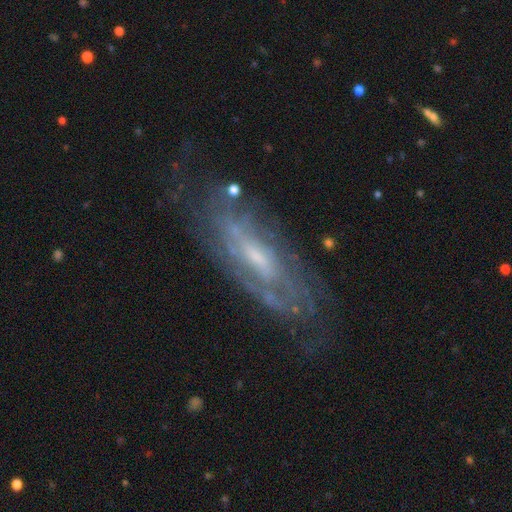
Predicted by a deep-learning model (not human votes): A featured or disk galaxy (79%) with no bar (47%), spiral arms (79%) and a small central bulge (53%). Merging: none (67%).